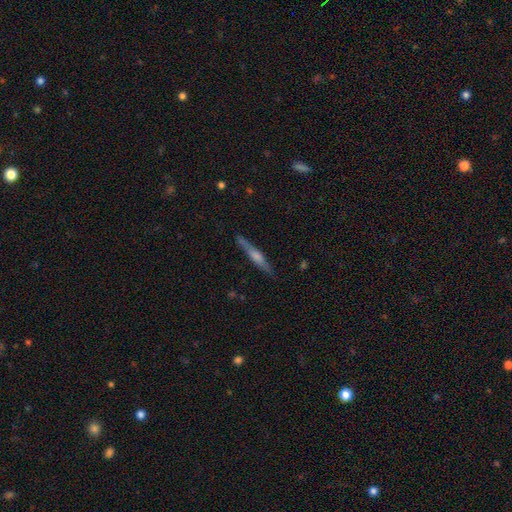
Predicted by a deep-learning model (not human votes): featured or disk 63%, smooth 31%, star or artifact 7%. Down the decision tree: edge-on disk — yes (96%); edge-on bulge — rounded (55%); merging — none (85%).